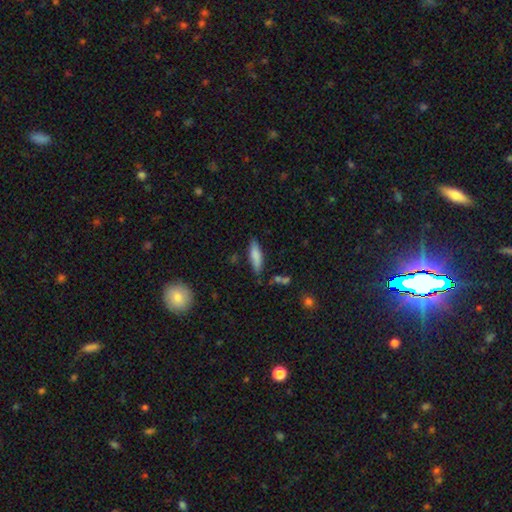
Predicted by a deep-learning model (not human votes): A smooth galaxy with no disk features (79%) that is cigar-shaped (63%).

Vote fractions:
- Smooth or featured? smooth: 79% / featured or disk: 15% / star or artifact: 7%
- How rounded? cigar-shaped: 63% / in between: 35% / round: 2%
- Merging? none: 78% / minor disturbance: 16% / major disturbance: 3% / merger: 3%